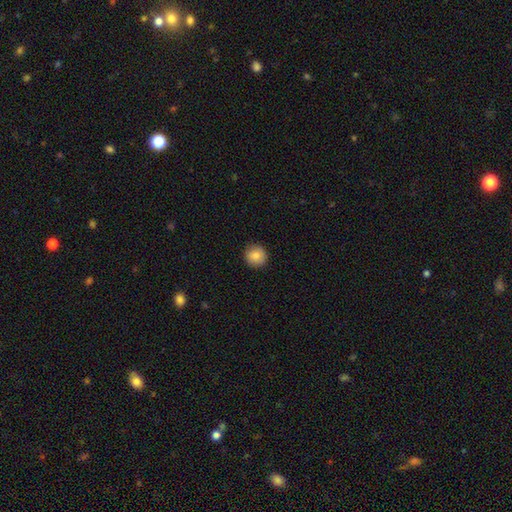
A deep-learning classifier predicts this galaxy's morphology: A smooth galaxy with no disk features (85%) that is round (93%).

Vote fractions:
- Smooth or featured? smooth: 85% / star or artifact: 8% / featured or disk: 7%
- How rounded? round: 93% / in between: 6% / cigar-shaped: 1%
- Merging? none: 89% / minor disturbance: 8% / major disturbance: 2% / merger: 1%